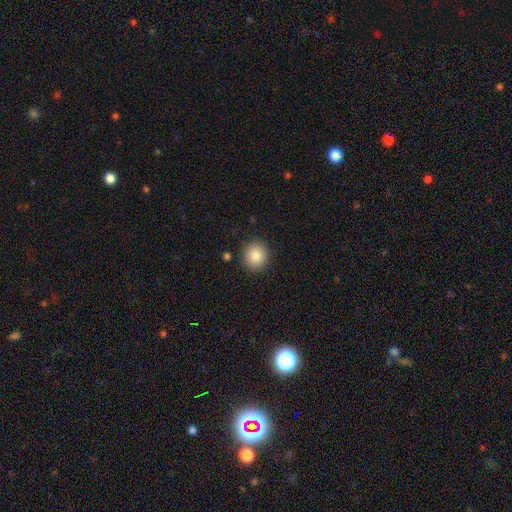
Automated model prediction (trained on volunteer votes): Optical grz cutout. It shows a smooth galaxy with no disk features (85%) that is round (92%). Merging: none (90%).